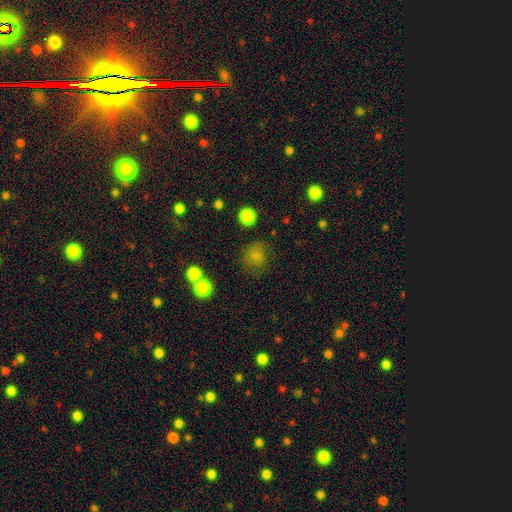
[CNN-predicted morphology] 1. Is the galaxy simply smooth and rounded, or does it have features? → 76% smooth, 17% star or artifact, 7% featured or disk.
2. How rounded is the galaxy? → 83% round, 16% in between, 1% cigar-shaped.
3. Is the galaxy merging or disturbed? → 71% none, 17% minor disturbance, 9% major disturbance, 4% merger.